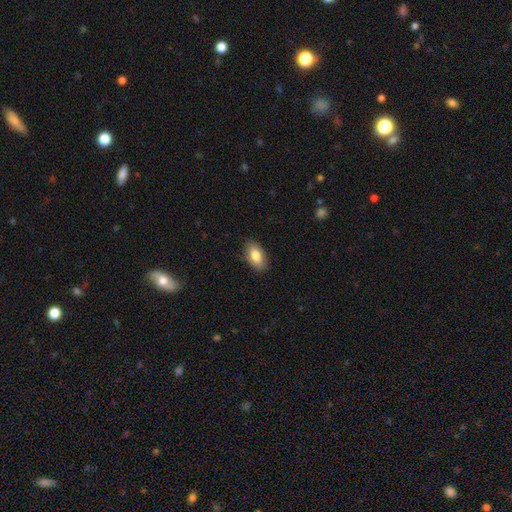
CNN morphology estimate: A smooth galaxy with no disk features (81%) that is in between round and cigar-shaped (92%).

Vote fractions:
- Smooth or featured? smooth: 81% / featured or disk: 13% / star or artifact: 7%
- How rounded? in between: 92% / round: 5% / cigar-shaped: 3%
- Merging? none: 86% / minor disturbance: 11% / major disturbance: 2% / merger: 1%